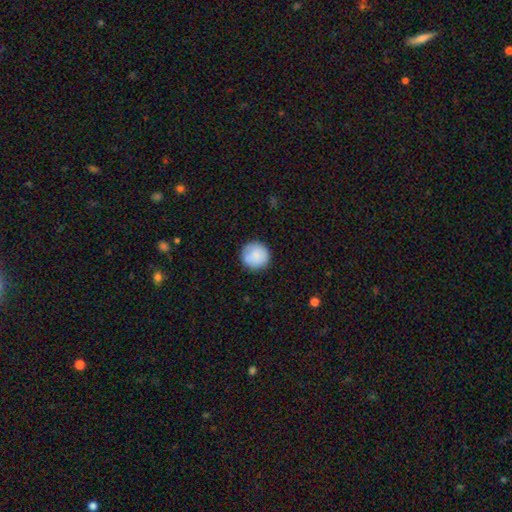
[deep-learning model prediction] Overall: smooth (87%). How rounded: round (95%). Merging: none (88%).